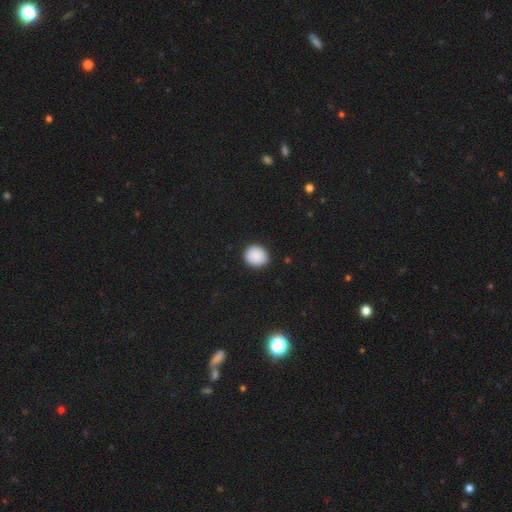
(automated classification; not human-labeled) Overall: smooth (87%). How rounded: round (83%). Merging: none (88%).